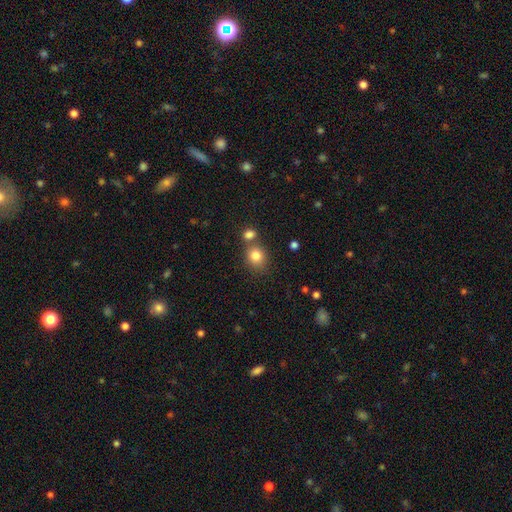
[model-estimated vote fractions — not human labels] Smooth or featured? Predicted: smooth (p=0.82). How rounded? Predicted: round (p=0.69). Merging? Predicted: none (p=0.60).